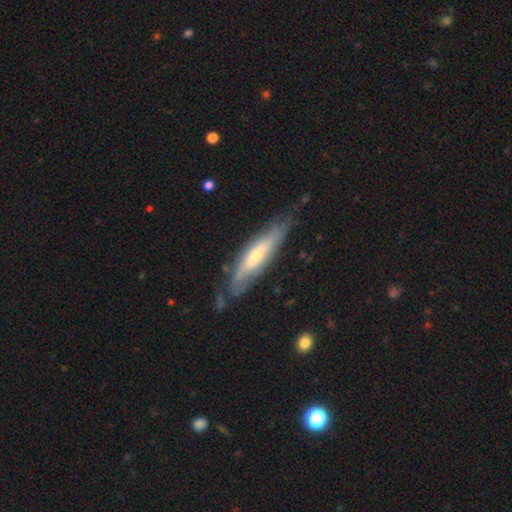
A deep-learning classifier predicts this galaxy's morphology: This is possibly a featured or disk galaxy (57%). It is likely viewed edge-on (61%). Merging: likely none (66%).